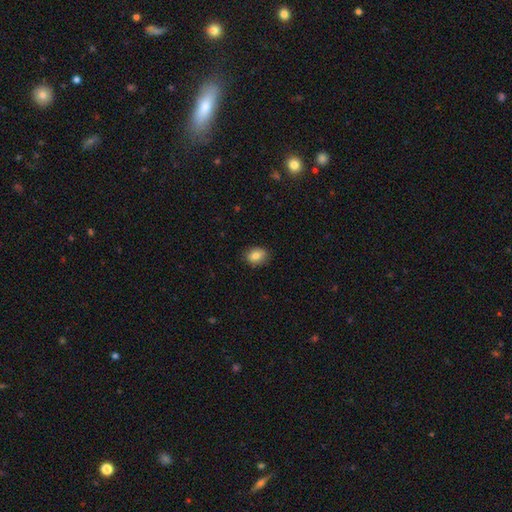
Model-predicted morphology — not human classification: A smooth galaxy with no disk features (83%) that is in between round and cigar-shaped (60%). Merging: none (86%).